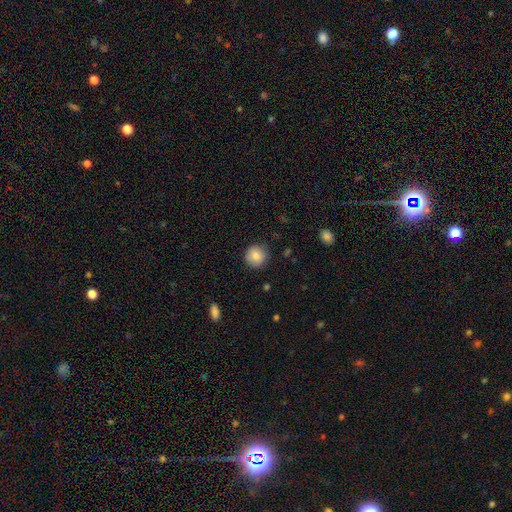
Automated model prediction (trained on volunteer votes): This appears to be a smooth galaxy with no disk features (83%) that is round (93%). Merging: none (86%).